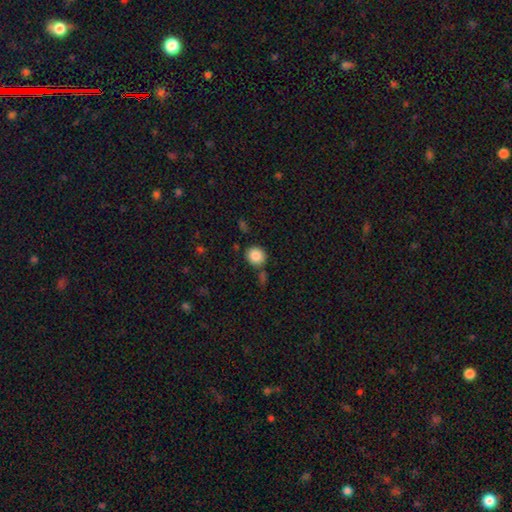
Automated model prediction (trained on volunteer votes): The model was most divided on "how rounded": round: 82%, in between: 17%, cigar-shaped: 1%. More confident: smooth or featured — smooth (87%); merging — none (77%).